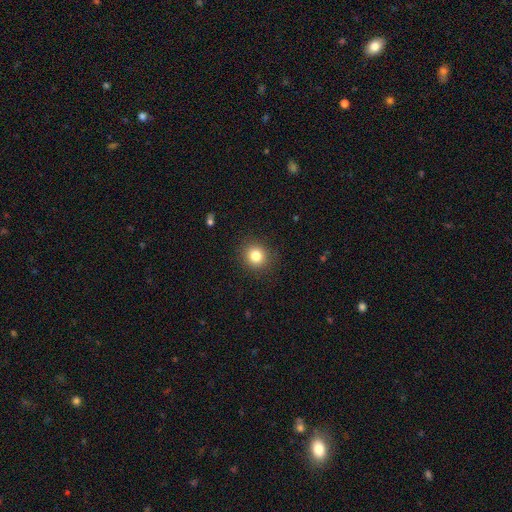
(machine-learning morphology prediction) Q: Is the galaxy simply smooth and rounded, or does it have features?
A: smooth — 82%.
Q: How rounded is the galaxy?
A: round — 87%.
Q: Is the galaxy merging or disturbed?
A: none — 90%.